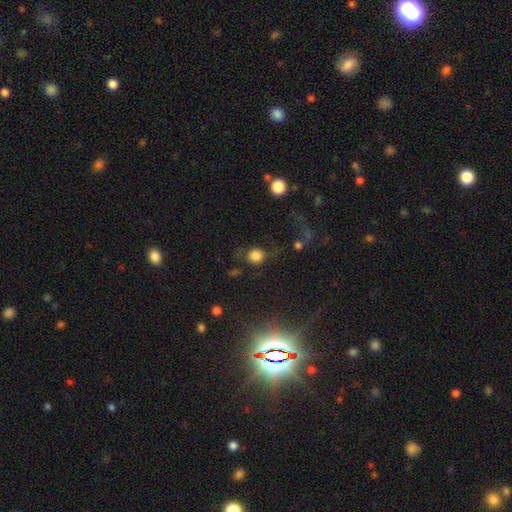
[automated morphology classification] This is likely a smooth galaxy (77%). How rounded: clearly round (86%). Merging: possibly none (57%).